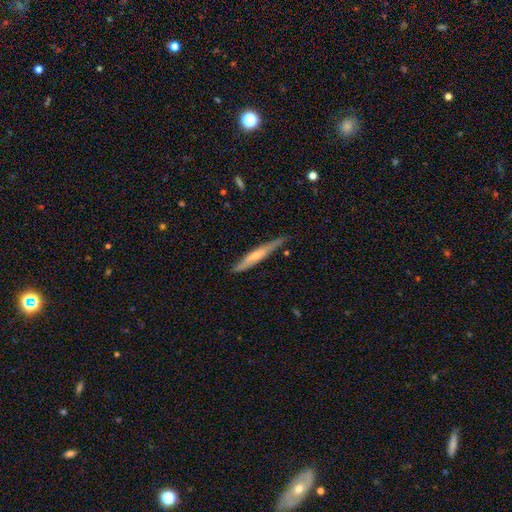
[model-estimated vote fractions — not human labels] Smooth or featured?
  - smooth: 48% *
  - featured or disk: 46%
  - star or artifact: 6%
Merging?
  - none: 75% *
  - minor disturbance: 20%
  - major disturbance: 3%
  - merger: 2%